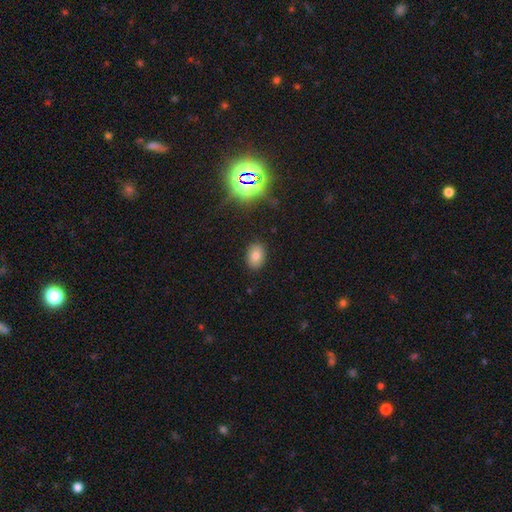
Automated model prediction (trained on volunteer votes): Q: Smooth or featured?
A: smooth (74%); runner-up: star or artifact (16%)
Q: How rounded?
A: in between (75%); runner-up: round (24%)
Q: Merging?
A: none (87%); runner-up: minor disturbance (9%)